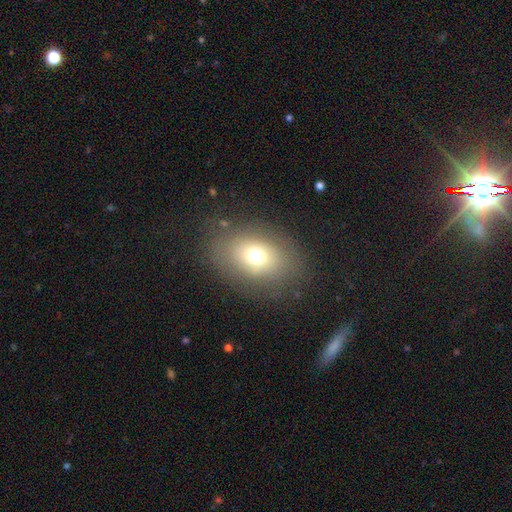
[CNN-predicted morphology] Smooth or featured? Predicted: smooth (p=0.69). How rounded? Predicted: in between (p=0.70). Merging? Predicted: none (p=0.79).